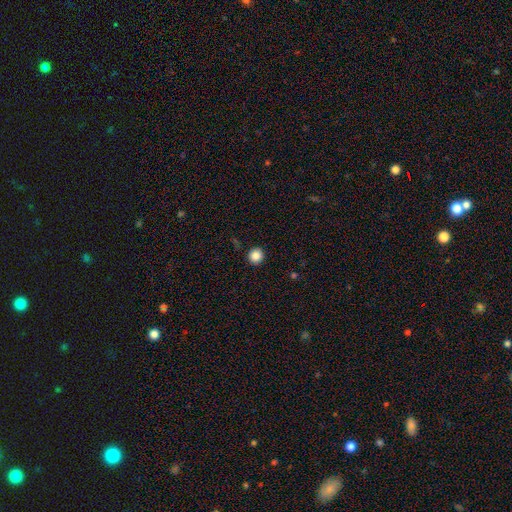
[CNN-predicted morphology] type=smooth (86%); roundness=round (93%); merging=none (92%).